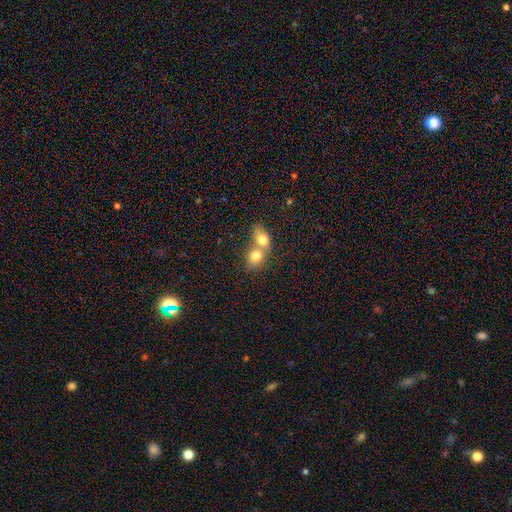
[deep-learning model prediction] Smooth or featured? Predicted: smooth (p=0.76). How rounded? Predicted: in between (p=0.51). Merging? Predicted: merger (p=0.73).